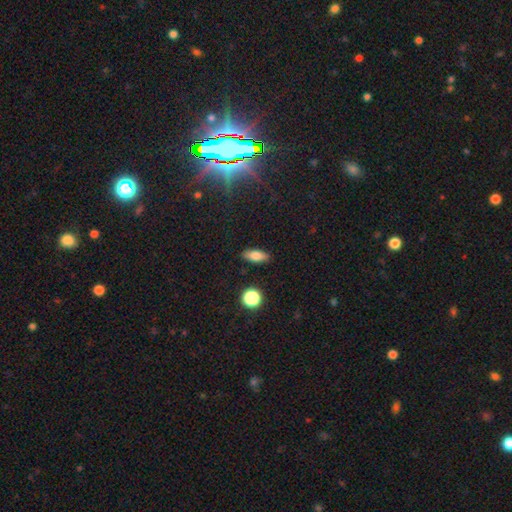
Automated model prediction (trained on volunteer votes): A smooth galaxy with no disk features (80%) that is in between round and cigar-shaped (75%).

Vote fractions:
- Smooth or featured? smooth: 80% / featured or disk: 11% / star or artifact: 9%
- How rounded? in between: 75% / cigar-shaped: 20% / round: 6%
- Merging? none: 87% / minor disturbance: 9% / major disturbance: 2% / merger: 2%